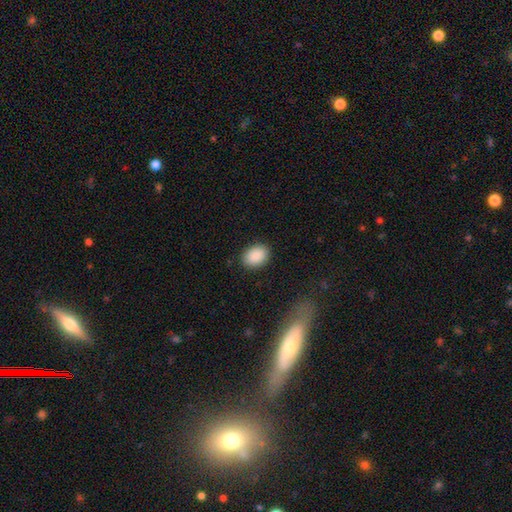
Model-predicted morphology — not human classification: Q: Smooth or featured?
A: smooth (90%); runner-up: star or artifact (7%)
Q: How rounded?
A: in between (78%); runner-up: round (21%)
Q: Merging?
A: none (88%); runner-up: minor disturbance (9%)